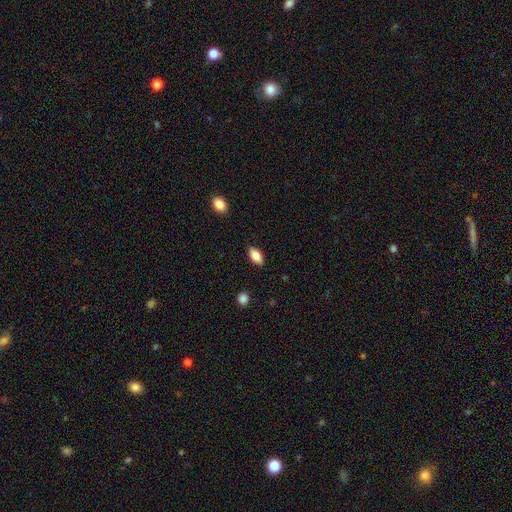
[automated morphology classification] smooth 84%, featured or disk 9%, star or artifact 7%. Down the decision tree: how rounded — in between (91%); merging — none (87%).